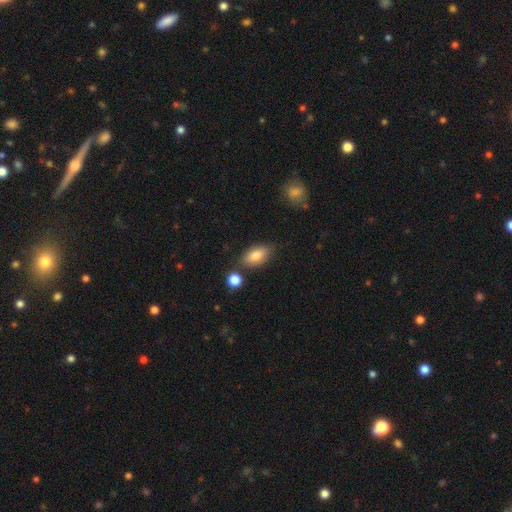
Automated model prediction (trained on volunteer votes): A smooth galaxy with no disk features (81%) that is in between round and cigar-shaped (89%). Merging: none (75%).